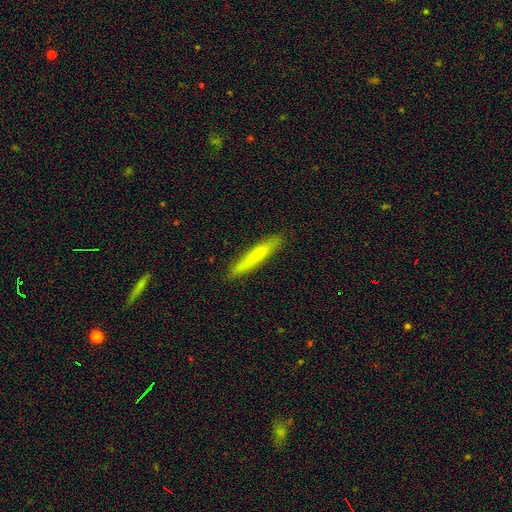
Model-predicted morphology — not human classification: Q: Smooth or featured?
A: smooth (73%); runner-up: featured or disk (21%)
Q: How rounded?
A: cigar-shaped (94%); runner-up: in between (5%)
Q: Merging?
A: none (89%); runner-up: minor disturbance (9%)